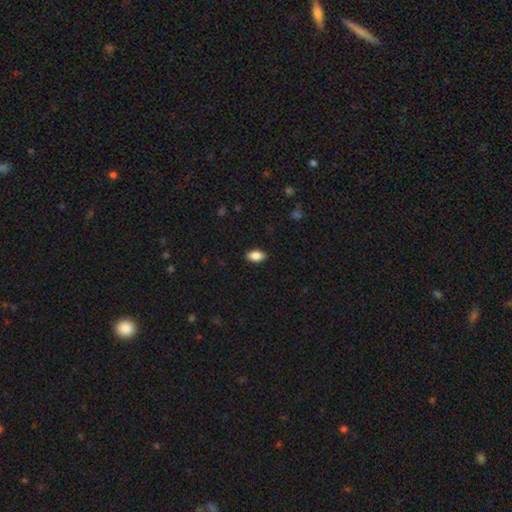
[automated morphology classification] smooth-or-featured: smooth: 86% | star or artifact: 7% | featured or disk: 7%
  how-rounded: in between: 92% | round: 5% | cigar-shaped: 4%
  merging: none: 88% | minor disturbance: 9% | major disturbance: 2% | merger: 1%